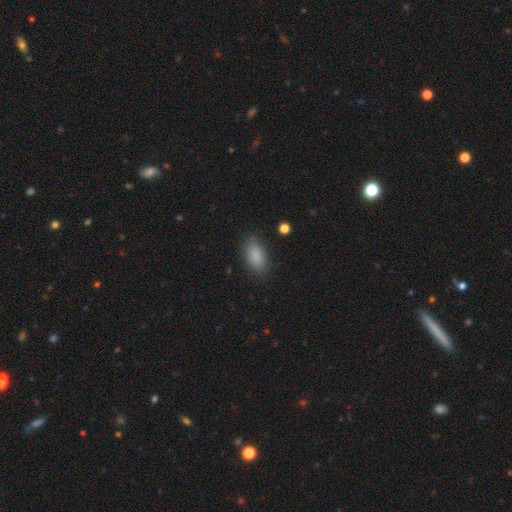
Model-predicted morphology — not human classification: Overall: smooth (88%). How rounded: in between (91%). Merging: none (84%).